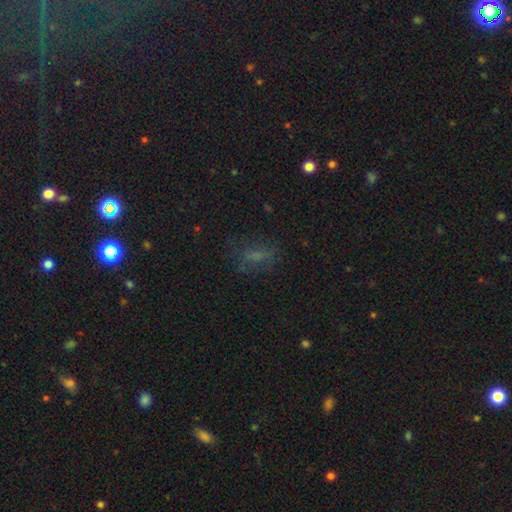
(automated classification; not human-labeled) Smooth or featured: smooth — 54% (star or artifact — 26%)
How rounded: in between — 69% (cigar-shaped — 17%)
Merging: none — 65% (minor disturbance — 18%)